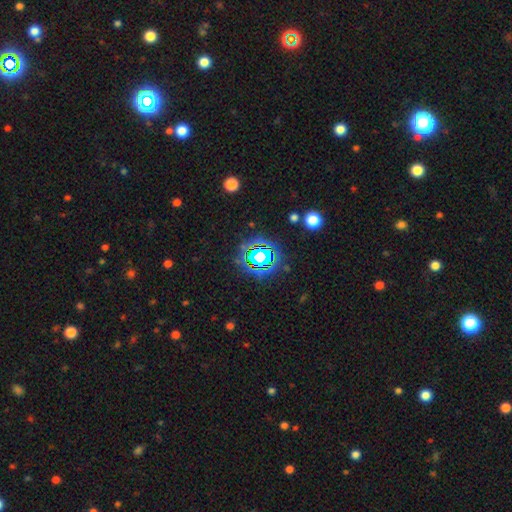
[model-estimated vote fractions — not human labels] A star or artifact, not a galaxy (71%).